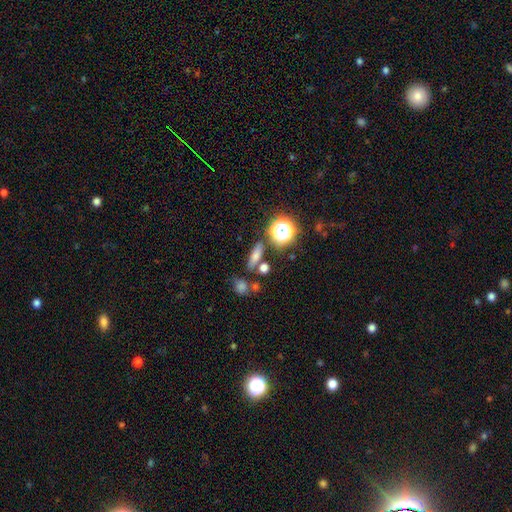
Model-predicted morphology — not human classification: A smooth galaxy with no disk features (64%) that is cigar-shaped (40%). Merging: none (76%).